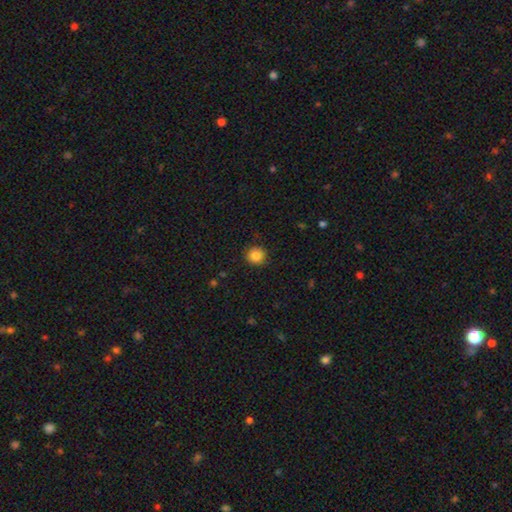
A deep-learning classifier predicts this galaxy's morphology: Smooth or featured? Predicted: smooth (p=0.86). How rounded? Predicted: round (p=0.90). Merging? Predicted: none (p=0.90).